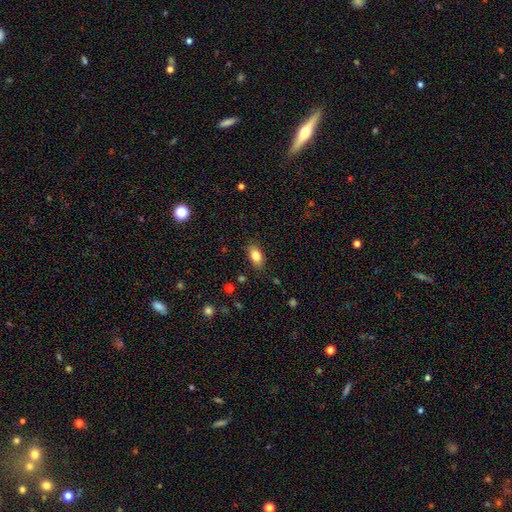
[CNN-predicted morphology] Smooth or featured? smooth (83%)
How rounded? in between (89%)
Merging? none (85%)